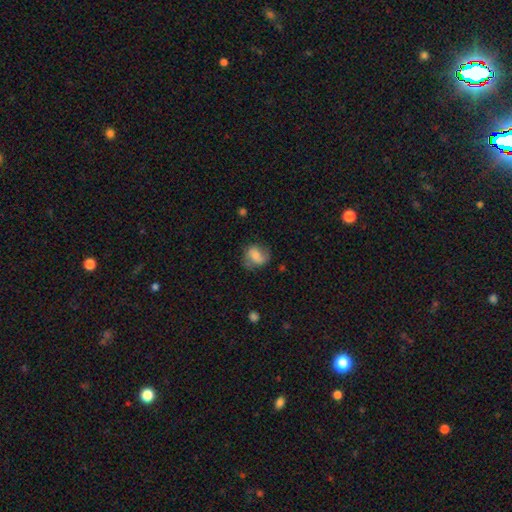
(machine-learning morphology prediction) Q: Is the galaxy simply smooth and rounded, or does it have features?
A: smooth — 59%.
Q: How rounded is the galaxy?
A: in between — 50%.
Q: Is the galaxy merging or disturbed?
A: none — 56%.